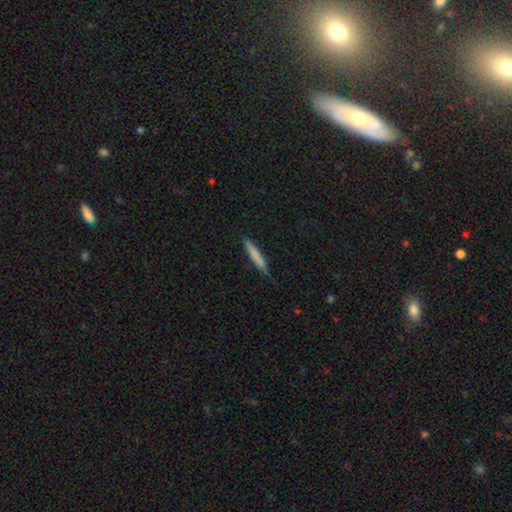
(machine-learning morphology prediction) Smooth or featured: smooth — 71% (featured or disk — 23%)
How rounded: cigar-shaped — 94% (in between — 4%)
Merging: none — 81% (minor disturbance — 16%)